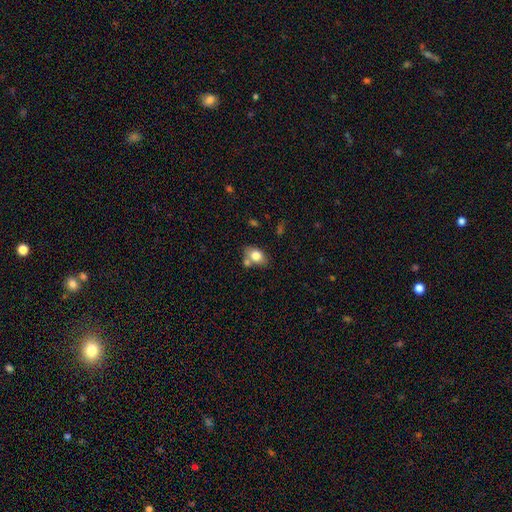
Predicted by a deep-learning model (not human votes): A smooth galaxy with no disk features (79%) that is in between round and cigar-shaped (74%).

Vote fractions:
- Smooth or featured? smooth: 79% / featured or disk: 13% / star or artifact: 8%
- How rounded? in between: 74% / round: 25% / cigar-shaped: 1%
- Merging? none: 57% / merger: 23% / minor disturbance: 16% / major disturbance: 5%